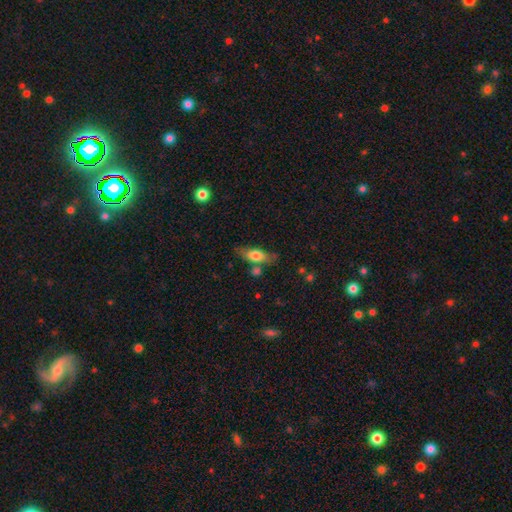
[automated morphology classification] smooth 68%, featured or disk 26%, star or artifact 7%. Down the decision tree: how rounded — in between (71%); merging — none (65%).